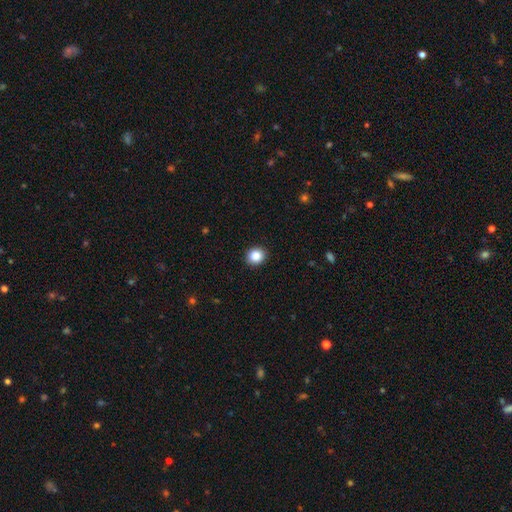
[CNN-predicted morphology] Overall: smooth (86%). How rounded: round (82%). Merging: none (92%).